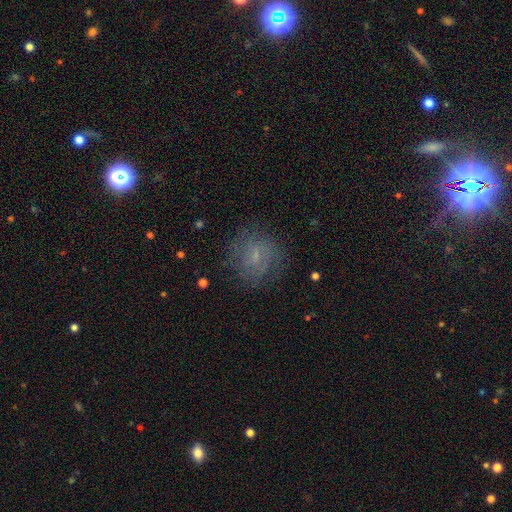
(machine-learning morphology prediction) A smooth galaxy with no disk features (45%).

Vote fractions:
- Smooth or featured? smooth: 45% / featured or disk: 41% / star or artifact: 14%
- Merging? none: 73% / minor disturbance: 16% / major disturbance: 10% / merger: 1%